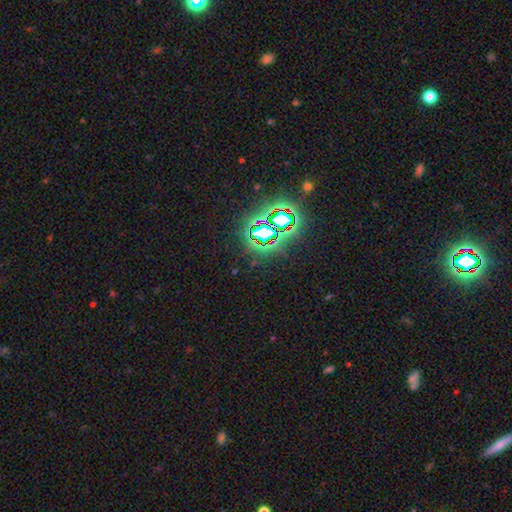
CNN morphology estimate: smooth-or-featured: star or artifact: 79% | smooth: 11% | featured or disk: 9%